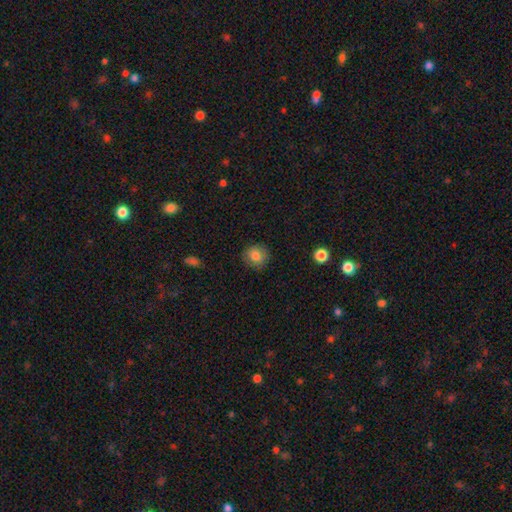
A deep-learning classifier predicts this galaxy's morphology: Overall: smooth (82%). How rounded: round (86%). Merging: none (86%).